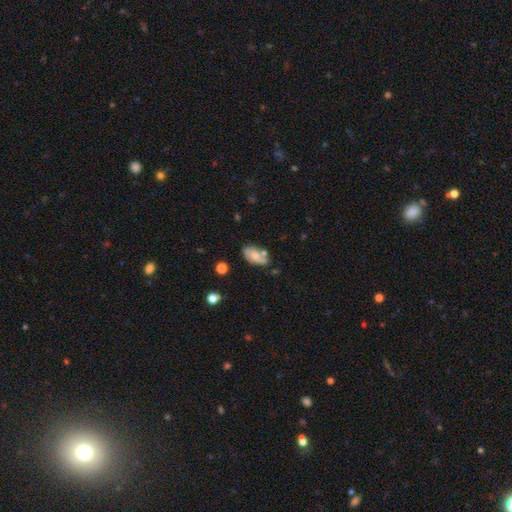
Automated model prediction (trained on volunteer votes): smooth-or-featured: featured or disk: 47% | smooth: 44% | star or artifact: 9%
  merging: none: 58% | minor disturbance: 23% | merger: 12% | major disturbance: 7%